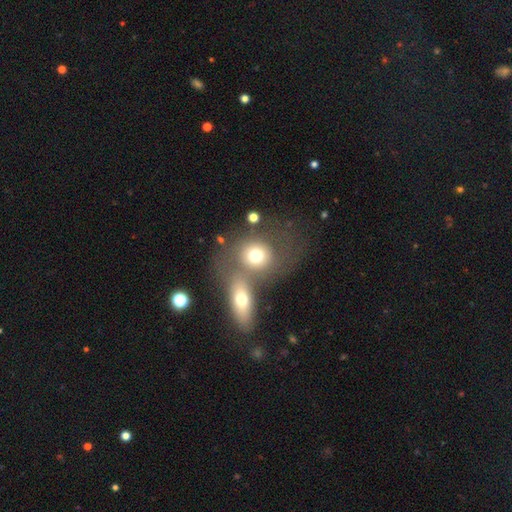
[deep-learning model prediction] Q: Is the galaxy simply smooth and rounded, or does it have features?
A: smooth — 69%.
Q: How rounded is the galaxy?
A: round — 68%.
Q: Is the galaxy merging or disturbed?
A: merger — 44%.